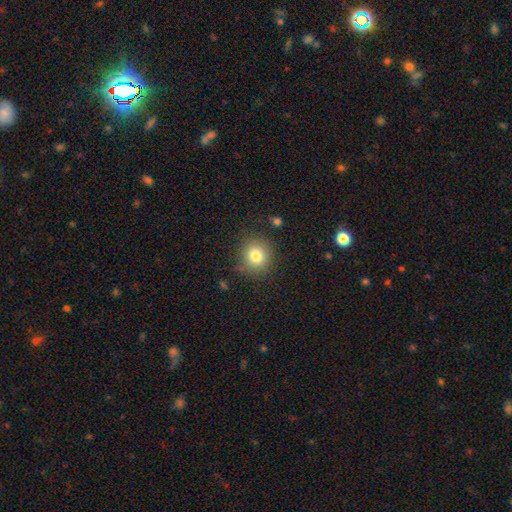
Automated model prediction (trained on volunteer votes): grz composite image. It shows a smooth galaxy with no disk features (80%) that is round (88%). Merging: none (84%).